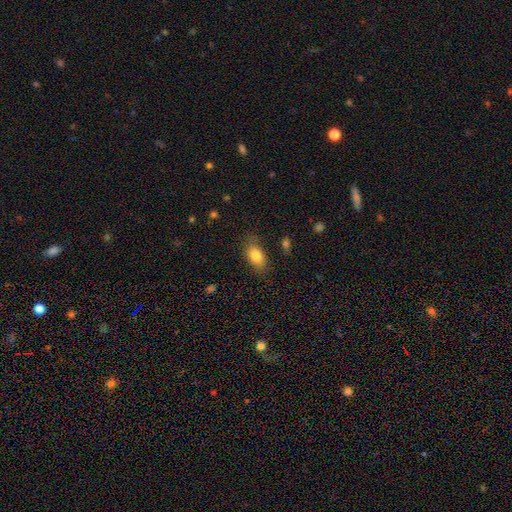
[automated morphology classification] A smooth galaxy with no disk features (83%) that is in between round and cigar-shaped (89%).

Vote fractions:
- Smooth or featured? smooth: 83% / featured or disk: 10% / star or artifact: 8%
- How rounded? in between: 89% / round: 7% / cigar-shaped: 5%
- Merging? none: 78% / minor disturbance: 16% / major disturbance: 4% / merger: 2%